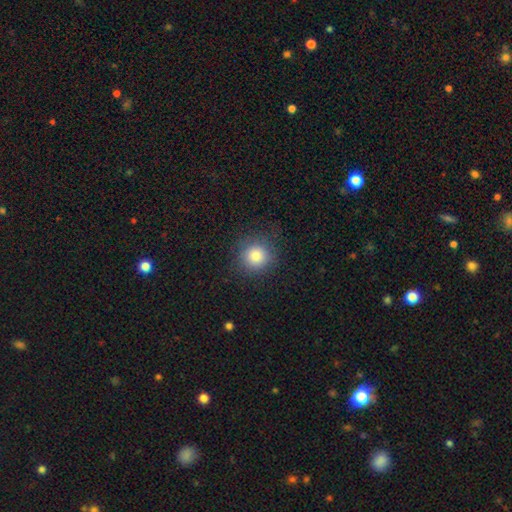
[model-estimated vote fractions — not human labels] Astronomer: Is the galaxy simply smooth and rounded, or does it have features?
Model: smooth — 84%.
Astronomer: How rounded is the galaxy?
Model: round — 92%.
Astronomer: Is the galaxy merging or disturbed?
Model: none — 86%.